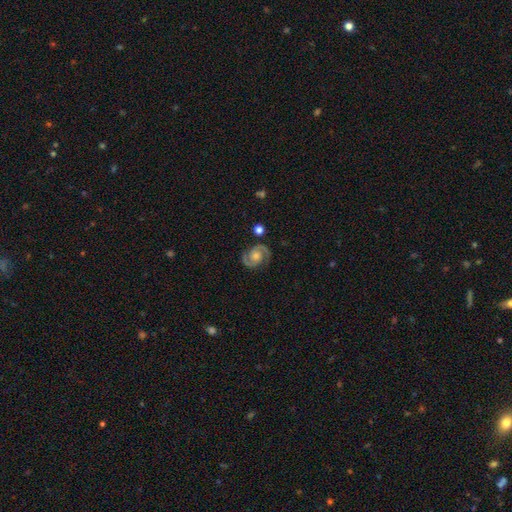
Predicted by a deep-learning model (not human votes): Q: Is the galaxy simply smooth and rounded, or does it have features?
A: featured or disk — 89%.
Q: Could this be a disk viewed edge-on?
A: no — 98%.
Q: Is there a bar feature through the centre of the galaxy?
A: no — 63%.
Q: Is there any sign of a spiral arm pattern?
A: yes — 98%.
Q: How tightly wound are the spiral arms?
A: medium — 49%.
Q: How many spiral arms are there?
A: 2 — 93%.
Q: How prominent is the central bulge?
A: moderate — 57%.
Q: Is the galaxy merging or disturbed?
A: none — 85%.